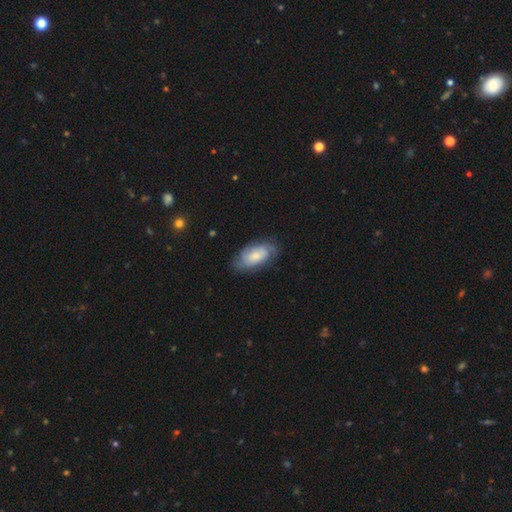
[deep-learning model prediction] Smooth or featured?
  - smooth: 48% *
  - featured or disk: 45%
  - star or artifact: 7%
Merging?
  - none: 71% *
  - minor disturbance: 21%
  - major disturbance: 6%
  - merger: 1%